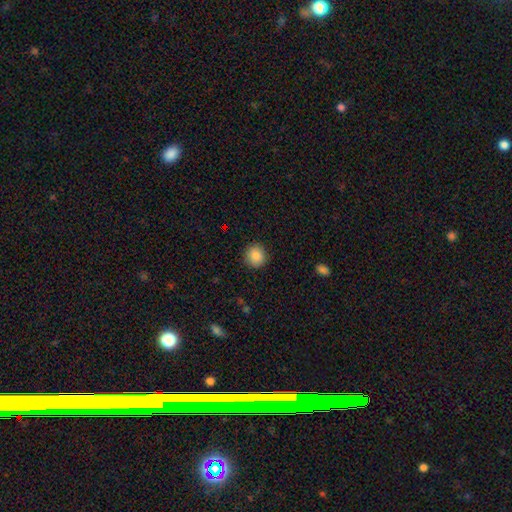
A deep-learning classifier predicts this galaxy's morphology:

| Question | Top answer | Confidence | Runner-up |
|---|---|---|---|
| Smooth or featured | smooth | 86% | star or artifact (9%) |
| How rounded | round | 90% | in between (9%) |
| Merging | none | 90% | minor disturbance (7%) |